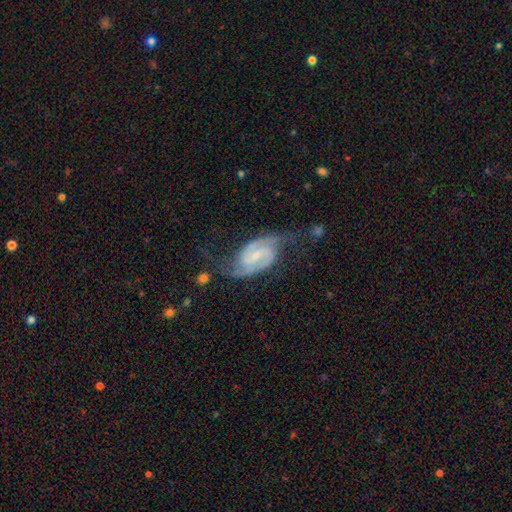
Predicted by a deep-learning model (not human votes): A featured or disk galaxy (89%) with a weak bar (52%), 2 (92%) medium (52%) spiral arms (98%) and a small central bulge (64%). Merging: none (64%).